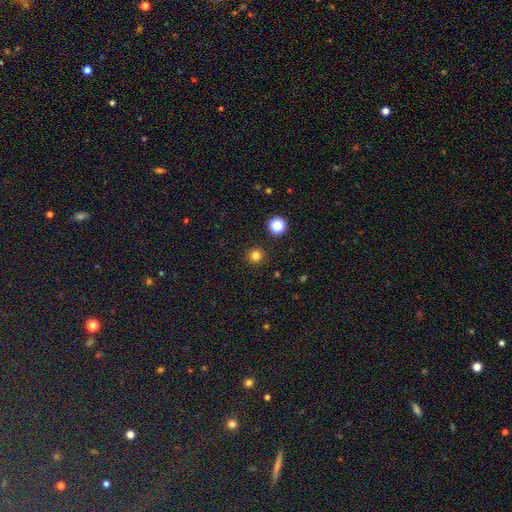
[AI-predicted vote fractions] A smooth galaxy with no disk features (80%) that is round (95%). Merging: none (92%).